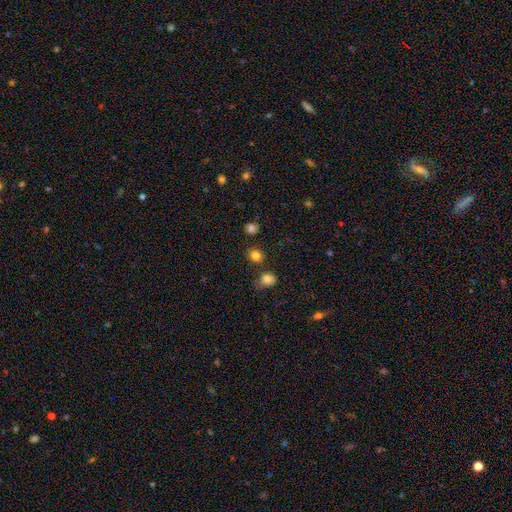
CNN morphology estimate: Smooth or featured?
  - smooth: 82% *
  - star or artifact: 13%
  - featured or disk: 5%
How rounded?
  - round: 80% *
  - in between: 19%
  - cigar-shaped: 1%
Merging?
  - none: 79% *
  - minor disturbance: 11%
  - merger: 7%
  - major disturbance: 3%